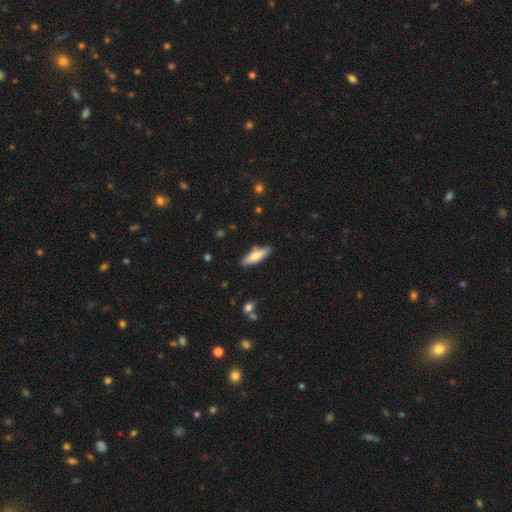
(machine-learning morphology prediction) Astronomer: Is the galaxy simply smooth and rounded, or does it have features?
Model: smooth — 67%.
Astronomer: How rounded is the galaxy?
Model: cigar-shaped — 54% (runner-up: in between, 44%).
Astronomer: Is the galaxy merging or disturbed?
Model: none — 85%.